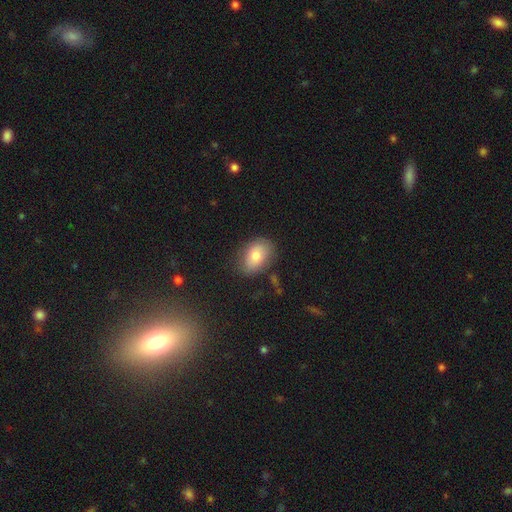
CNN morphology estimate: smooth 77%, featured or disk 15%, star or artifact 8%. Down the decision tree: how rounded — in between (84%); merging — none (77%).